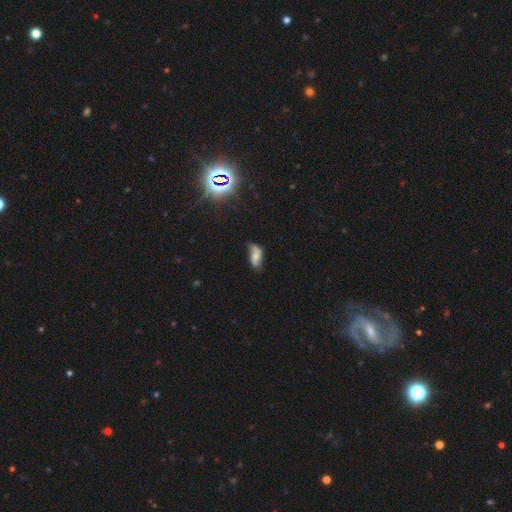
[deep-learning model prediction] Smooth or featured? smooth (49%)
Merging? none (41%)